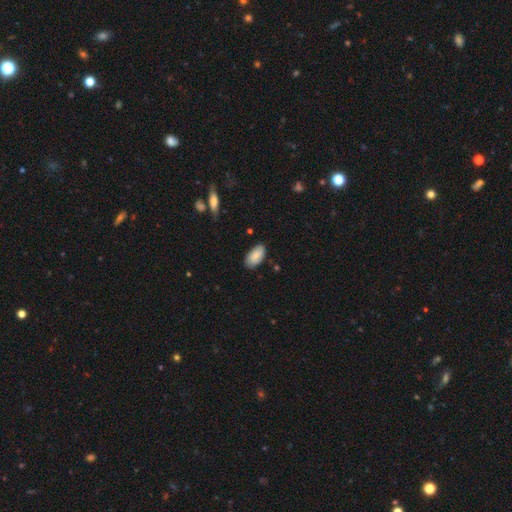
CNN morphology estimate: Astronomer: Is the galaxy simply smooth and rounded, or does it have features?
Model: smooth — 84%.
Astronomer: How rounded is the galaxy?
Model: in between — 95%.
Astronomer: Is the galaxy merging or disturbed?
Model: none — 81%.